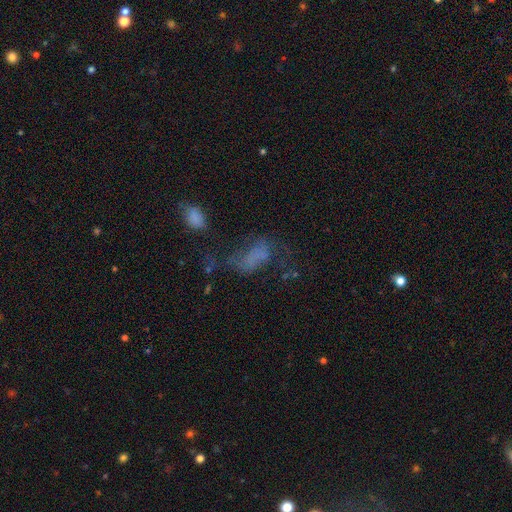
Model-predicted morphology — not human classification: A smooth galaxy with no disk features (46%). Merging: major disturbance (39%).